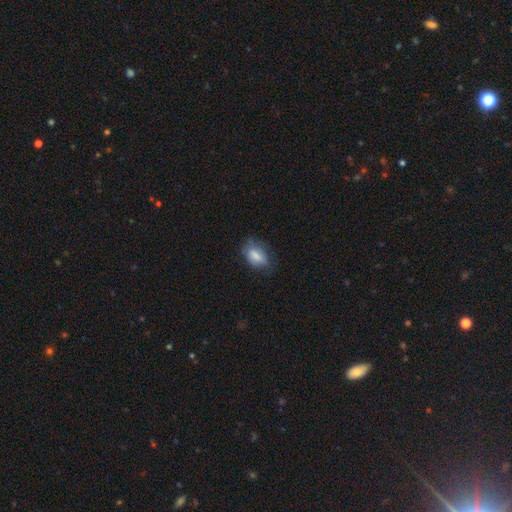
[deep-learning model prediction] A smooth galaxy with no disk features (73%) that is in between round and cigar-shaped (85%). Merging: none (58%).